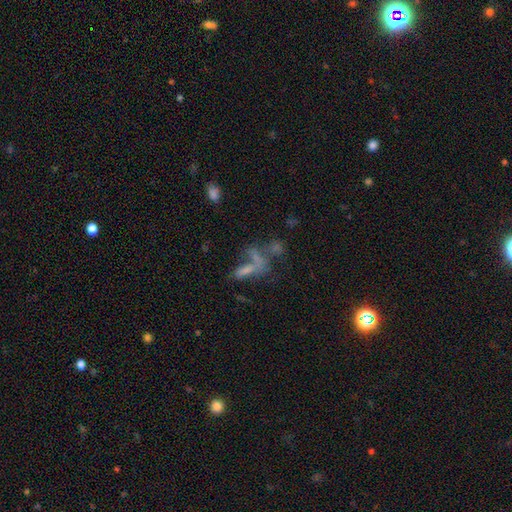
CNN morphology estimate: Q: Smooth or featured?
A: smooth (45%); runner-up: featured or disk (29%)
Q: Merging?
A: merger (40%); runner-up: none (32%)